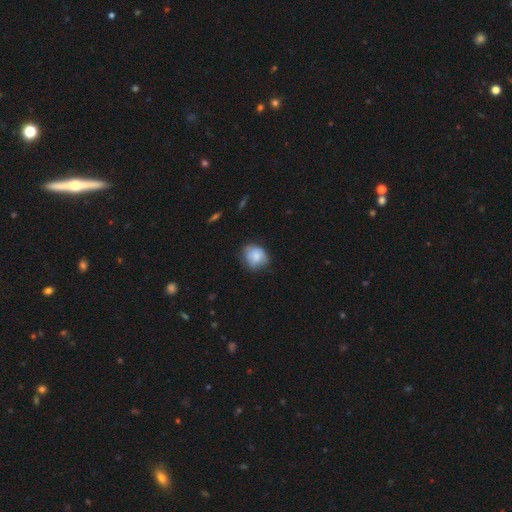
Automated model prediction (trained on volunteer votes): Overall: smooth (79%). How rounded: round (66%; in between 33%). Merging: none (63%; minor disturbance 29%).